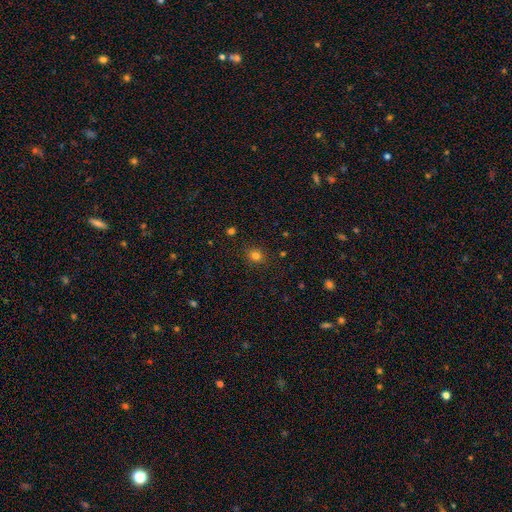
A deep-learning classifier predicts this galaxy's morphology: Q: Smooth or featured?
A: smooth (80%); runner-up: star or artifact (15%)
Q: How rounded?
A: round (81%); runner-up: in between (18%)
Q: Merging?
A: none (89%); runner-up: minor disturbance (8%)